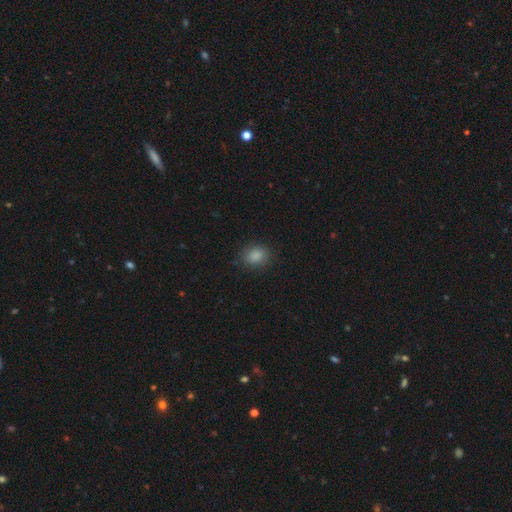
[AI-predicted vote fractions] Morphology: type=smooth (87%); roundness=in between (51%); merging=none (85%).